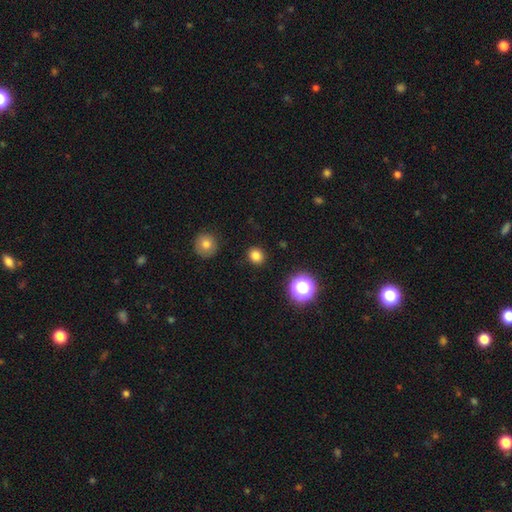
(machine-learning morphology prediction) Smooth or featured? smooth (80%)
How rounded? round (84%)
Merging? none (91%)